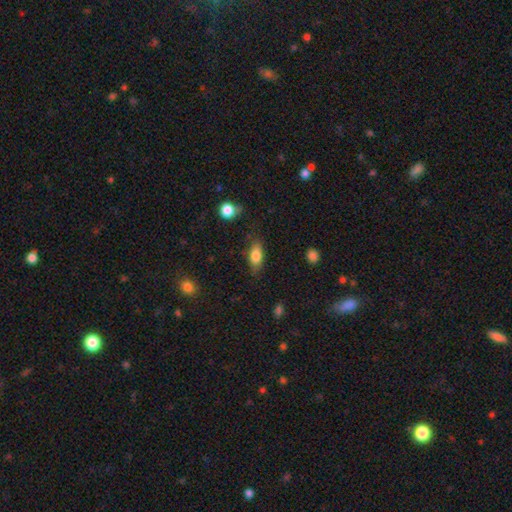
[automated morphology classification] Smooth or featured?
  - smooth: 78% *
  - featured or disk: 14%
  - star or artifact: 8%
How rounded?
  - in between: 80% *
  - cigar-shaped: 15%
  - round: 5%
Merging?
  - none: 75% *
  - minor disturbance: 18%
  - major disturbance: 5%
  - merger: 2%